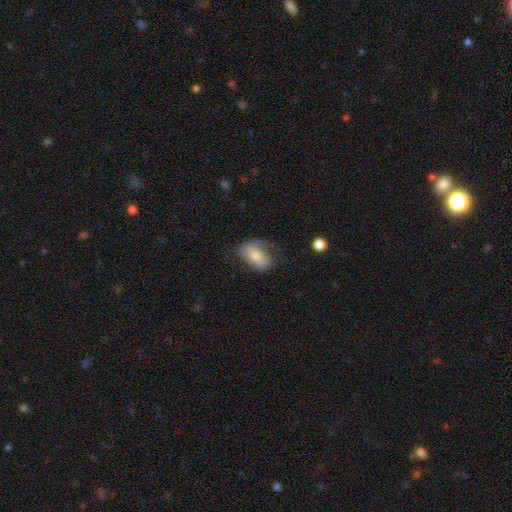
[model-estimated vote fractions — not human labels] smooth 57%, featured or disk 36%, star or artifact 7%. Down the decision tree: how rounded — in between (86%); merging — none (49%).